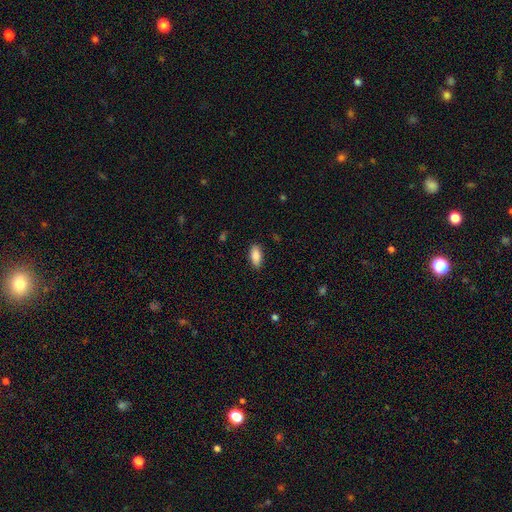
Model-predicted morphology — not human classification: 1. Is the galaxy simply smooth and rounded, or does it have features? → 87% smooth, 7% star or artifact, 6% featured or disk.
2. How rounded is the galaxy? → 87% in between, 11% cigar-shaped, 2% round.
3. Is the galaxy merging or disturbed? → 87% none, 10% minor disturbance, 2% major disturbance, 1% merger.